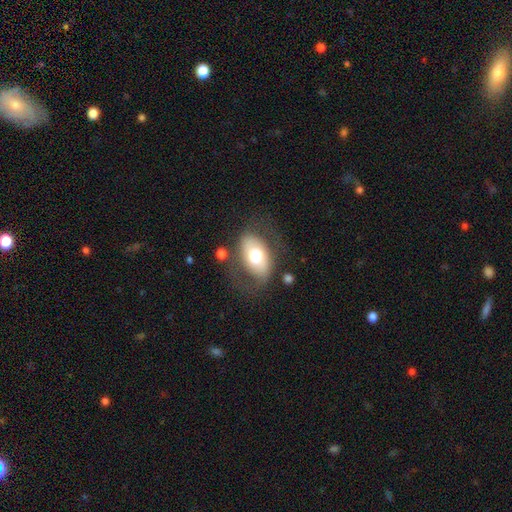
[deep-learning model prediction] Overall: smooth (53%; featured or disk 40%). How rounded: in between (86%). Merging: none (66%).